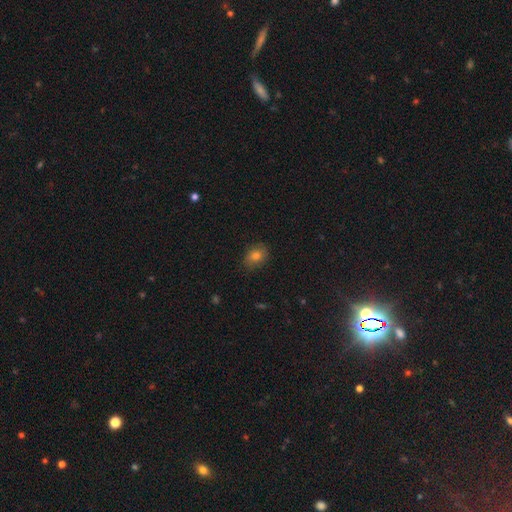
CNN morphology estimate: A smooth galaxy with no disk features (77%) that is in between round and cigar-shaped (60%). Merging: none (82%).